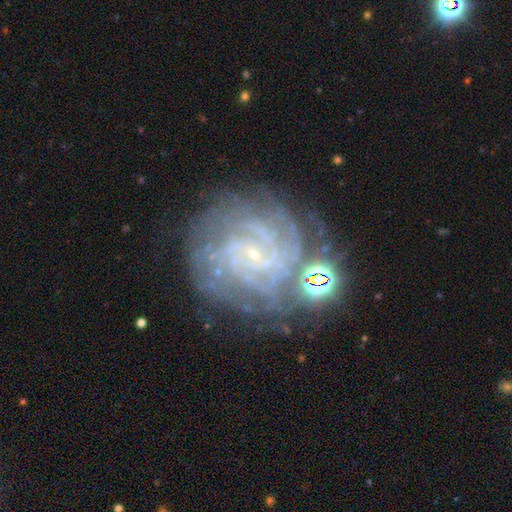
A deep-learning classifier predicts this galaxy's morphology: A featured or disk galaxy (84%) with no bar (63%), tight (73%) spiral arms (96%) and a small central bulge (87%).

Vote fractions:
- Smooth or featured? featured or disk: 84% / star or artifact: 9% / smooth: 6%
- Edge-on disk? no: 98% / yes: 2%
- Bar? no: 63% / weak: 28% / strong: 9%
- Spiral arms? yes: 96% / no: 4%
- Spiral winding? tight: 73% / medium: 22% / loose: 5%
- Spiral arm count? can't tell: 28% / 4: 22% / more than 4: 20% / 3: 13% / 2: 10% / 1: 7%
- Bulge size? small: 87% / moderate: 5% / none: 5% / large: 1% / dominant: 1%
- Merging? none: 69% / minor disturbance: 16% / major disturbance: 8% / merger: 7%